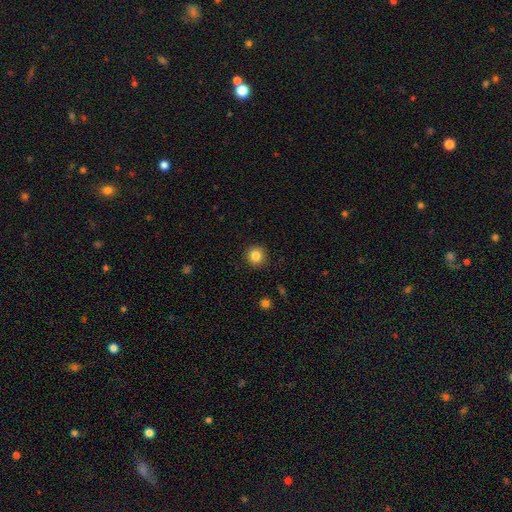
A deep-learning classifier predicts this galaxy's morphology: Q: Smooth or featured?
A: smooth (84%); runner-up: star or artifact (11%)
Q: How rounded?
A: round (93%); runner-up: in between (6%)
Q: Merging?
A: none (91%); runner-up: minor disturbance (6%)